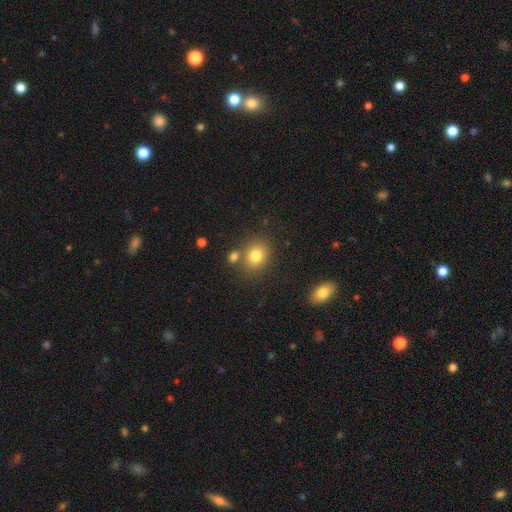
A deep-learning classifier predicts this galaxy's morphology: Smooth or featured? smooth (80%)
How rounded? round (59%)
Merging? none (71%)